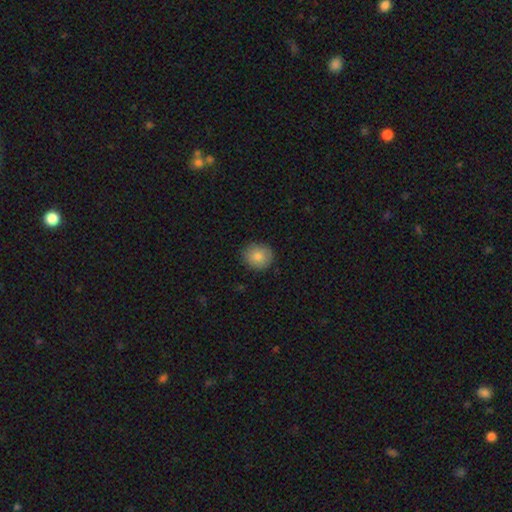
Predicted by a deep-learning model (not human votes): The model was most divided on "how rounded": round: 83%, in between: 16%, cigar-shaped: 1%. More confident: merging — none (88%); smooth or featured — smooth (84%).